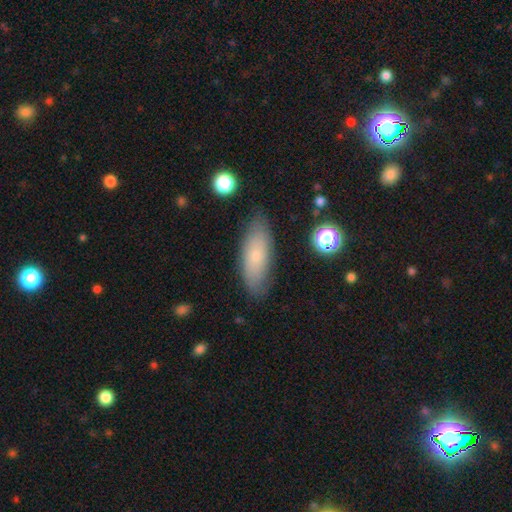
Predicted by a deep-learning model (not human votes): smooth-or-featured: smooth: 65% | featured or disk: 27% | star or artifact: 8%
  how-rounded: in between: 68% | cigar-shaped: 29% | round: 3%
  merging: none: 79% | minor disturbance: 15% | major disturbance: 4% | merger: 2%